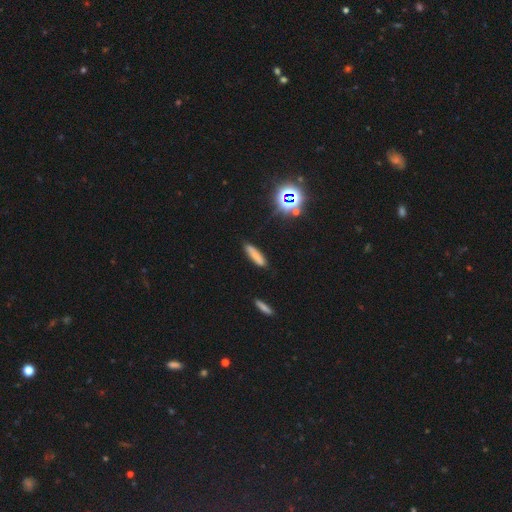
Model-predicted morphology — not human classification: smooth_or_featured: smooth (p=0.76) [alt: star or artifact p=0.13]
how_rounded: cigar-shaped (p=0.78) [alt: in between p=0.20]
merging: none (p=0.86) [alt: minor disturbance p=0.10]